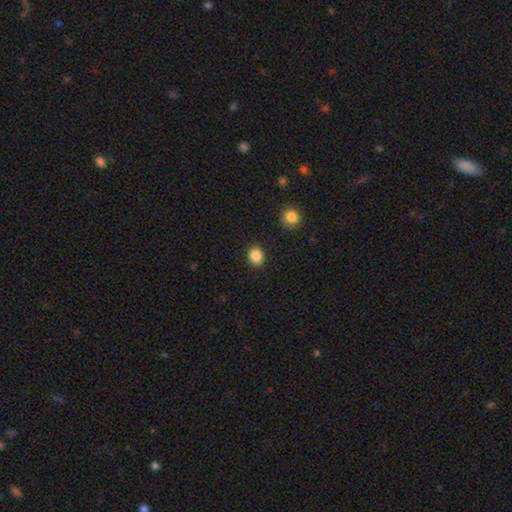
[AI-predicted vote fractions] smooth-or-featured: smooth: 87% | star or artifact: 10% | featured or disk: 4%
  how-rounded: round: 55% | in between: 44% | cigar-shaped: 1%
  merging: none: 89% | minor disturbance: 7% | major disturbance: 2% | merger: 2%